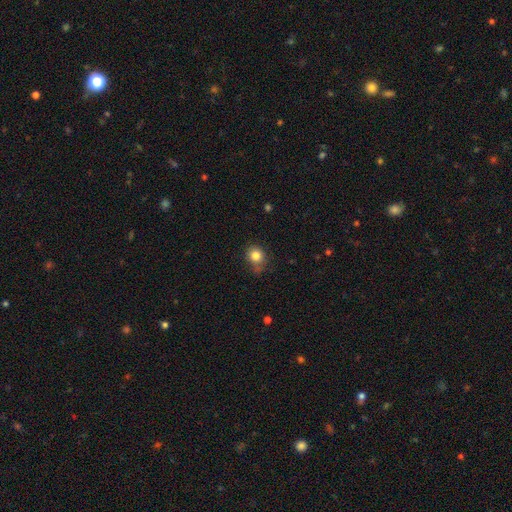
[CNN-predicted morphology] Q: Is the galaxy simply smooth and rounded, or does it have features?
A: smooth — 83%.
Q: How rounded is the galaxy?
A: round — 76%.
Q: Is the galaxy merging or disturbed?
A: none — 62%.